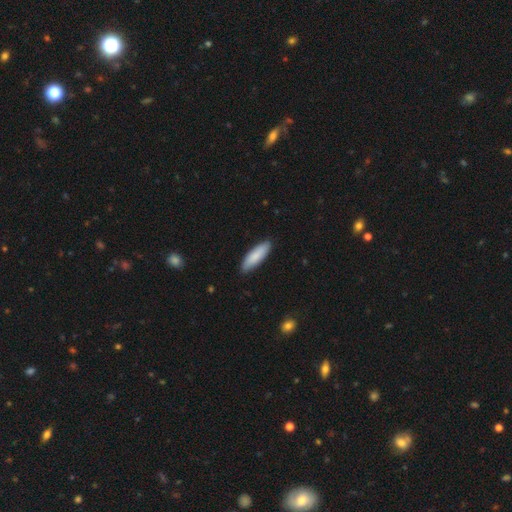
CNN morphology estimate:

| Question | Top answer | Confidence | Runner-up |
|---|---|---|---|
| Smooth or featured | smooth | 84% | featured or disk (11%) |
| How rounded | in between | 50% | cigar-shaped (48%) |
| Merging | none | 88% | minor disturbance (9%) |